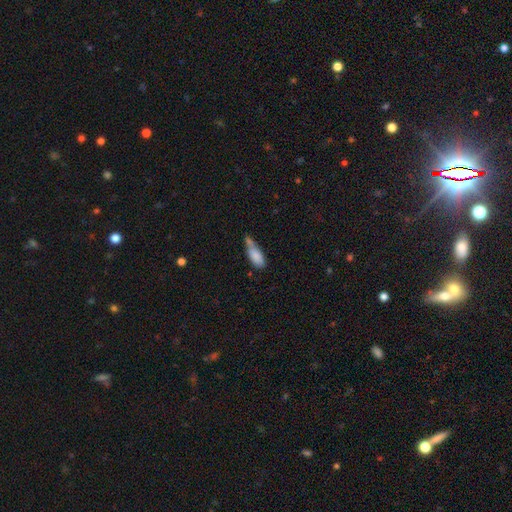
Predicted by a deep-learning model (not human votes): This is clearly a smooth galaxy (80%). How rounded: likely in between (71%). Merging: marginally minor disturbance (33%, tied with none).